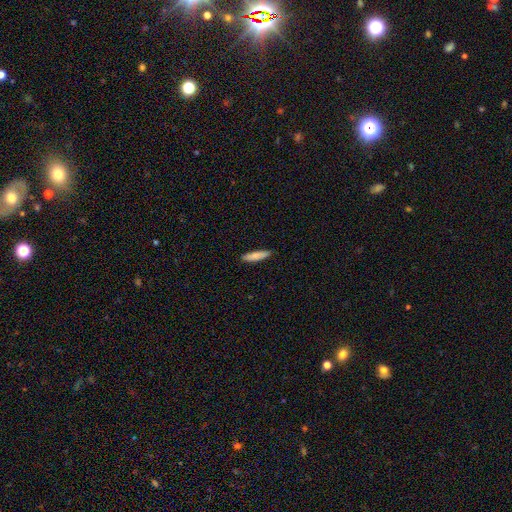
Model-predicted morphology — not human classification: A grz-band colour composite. It shows a smooth galaxy with no disk features (82%) that is cigar-shaped (82%). Merging: none (90%).